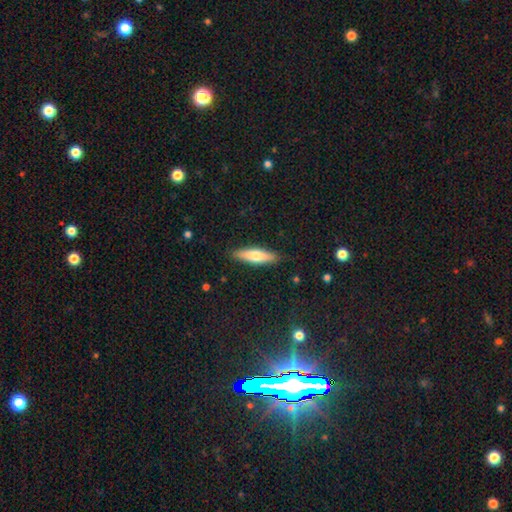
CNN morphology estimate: A smooth galaxy with no disk features (61%) that is cigar-shaped (64%).

Vote fractions:
- Smooth or featured? smooth: 61% / featured or disk: 33% / star or artifact: 6%
- How rounded? cigar-shaped: 64% / in between: 34% / round: 2%
- Merging? none: 88% / minor disturbance: 9% / major disturbance: 2% / merger: 1%